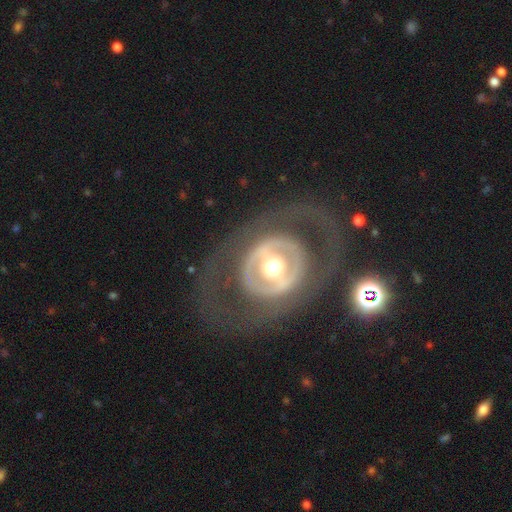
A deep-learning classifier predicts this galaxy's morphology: Overall: featured or disk (77%). Edge-on disk: no (95%). Bar: no (50%; weak 28%). Spiral arms: no (58%; yes 42%). Bulge size: moderate (63%). Merging: none (73%).